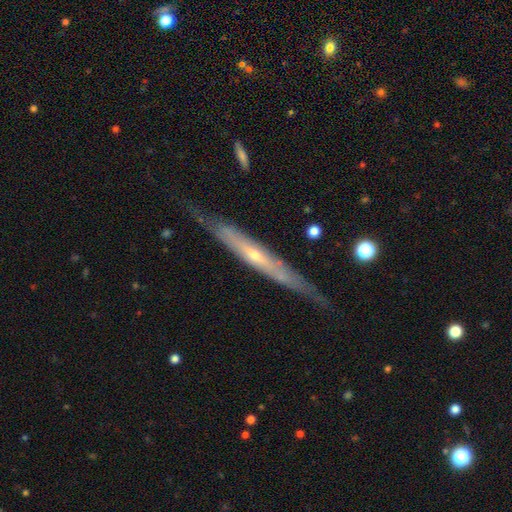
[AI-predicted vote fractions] A featured or disk galaxy (76%) viewed edge-on (83%) with a rounded central bulge (56%). Merging: none (75%).